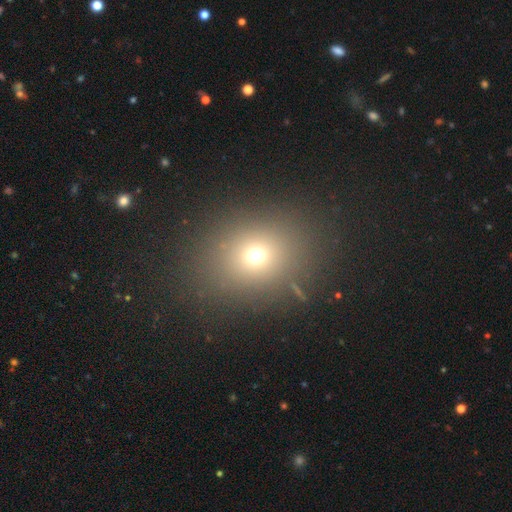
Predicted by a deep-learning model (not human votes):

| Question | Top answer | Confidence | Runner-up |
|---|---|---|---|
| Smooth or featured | smooth | 68% | star or artifact (21%) |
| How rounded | round | 62% | in between (37%) |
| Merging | none | 82% | minor disturbance (9%) |